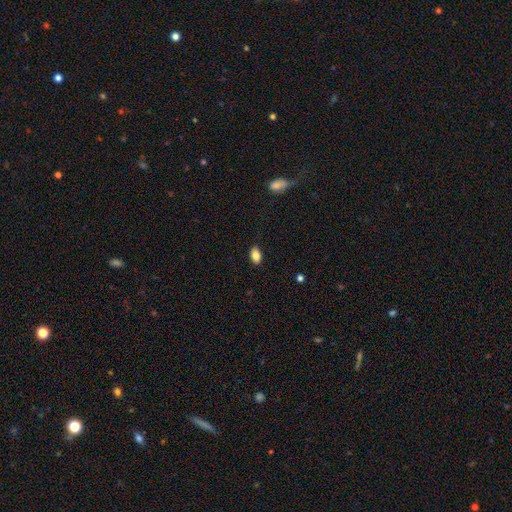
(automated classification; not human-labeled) Smooth or featured: smooth — 85% (star or artifact — 9%)
How rounded: in between — 89% (round — 9%)
Merging: none — 87% (minor disturbance — 10%)